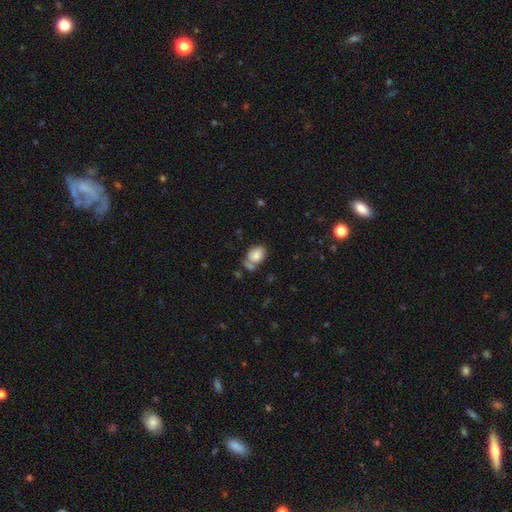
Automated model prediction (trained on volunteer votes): This appears to be a smooth galaxy with no disk features (80%) that is in between round and cigar-shaped (68%). Merging: none (48%).